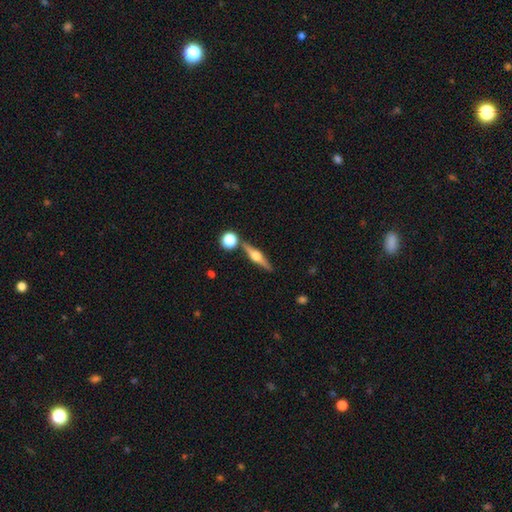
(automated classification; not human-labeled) Morphology: type=featured or disk (72%); edge-on=yes (97%); edge-on bulge=rounded (94%); merging=none (82%).